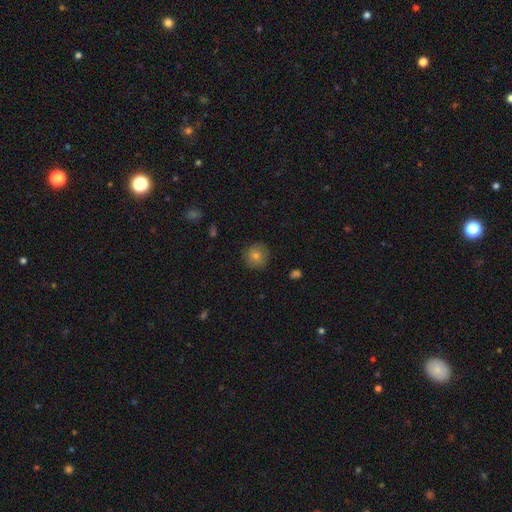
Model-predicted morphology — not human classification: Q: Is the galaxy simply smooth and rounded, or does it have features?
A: smooth — 72%.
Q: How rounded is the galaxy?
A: round — 93%.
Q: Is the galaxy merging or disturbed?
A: none — 86%.